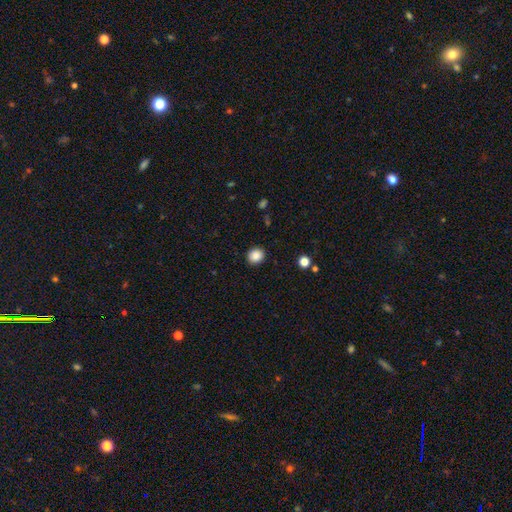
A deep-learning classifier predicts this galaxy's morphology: Overall: smooth (87%). How rounded: round (78%). Merging: none (91%).